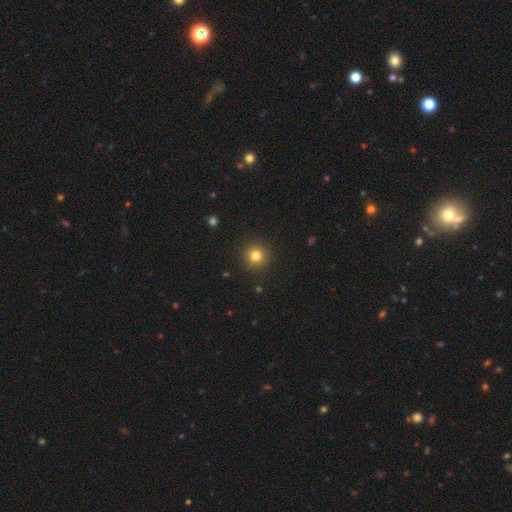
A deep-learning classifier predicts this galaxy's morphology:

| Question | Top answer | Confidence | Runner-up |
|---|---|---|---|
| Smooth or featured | smooth | 80% | star or artifact (13%) |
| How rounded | round | 94% | in between (5%) |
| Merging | none | 92% | minor disturbance (5%) |